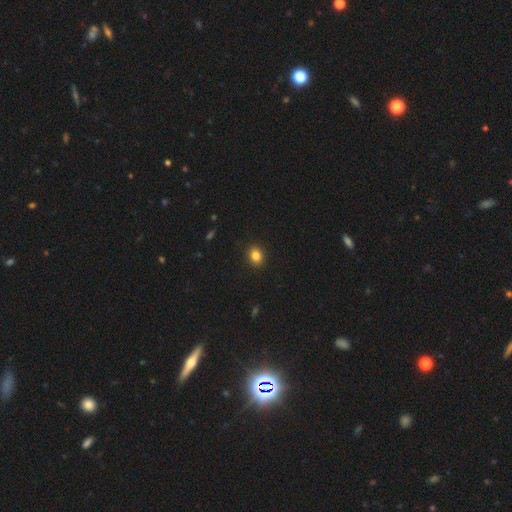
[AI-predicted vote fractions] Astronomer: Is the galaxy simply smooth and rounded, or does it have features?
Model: smooth — 84%.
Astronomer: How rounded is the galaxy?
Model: round — 55% (runner-up: in between, 44%).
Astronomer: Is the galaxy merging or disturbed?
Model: none — 91%.